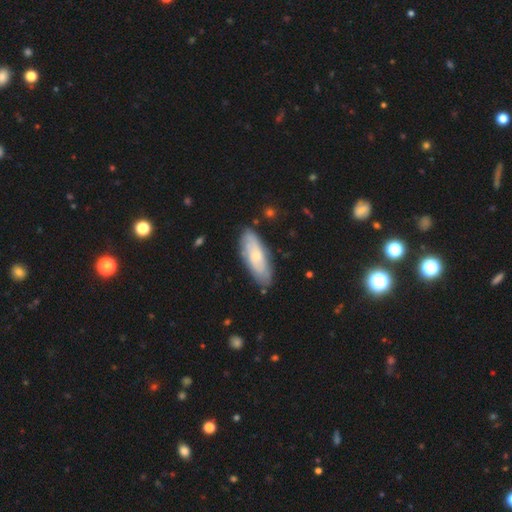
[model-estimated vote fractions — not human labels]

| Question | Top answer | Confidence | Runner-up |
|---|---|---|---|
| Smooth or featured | smooth | 52% | featured or disk (42%) |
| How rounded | in between | 65% | cigar-shaped (33%) |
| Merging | none | 81% | minor disturbance (15%) |